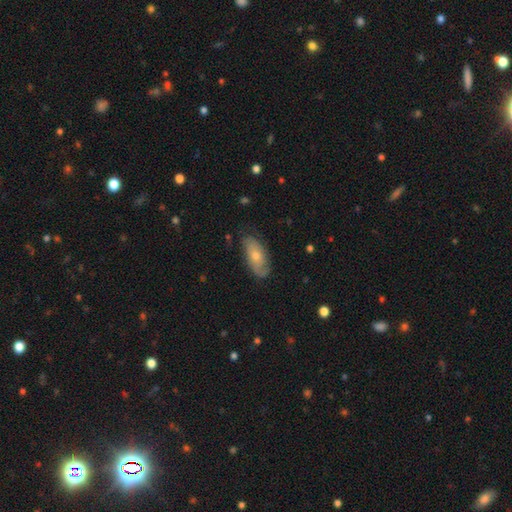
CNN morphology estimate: type=smooth (47%, tied with featured or disk); merging=none (70%).